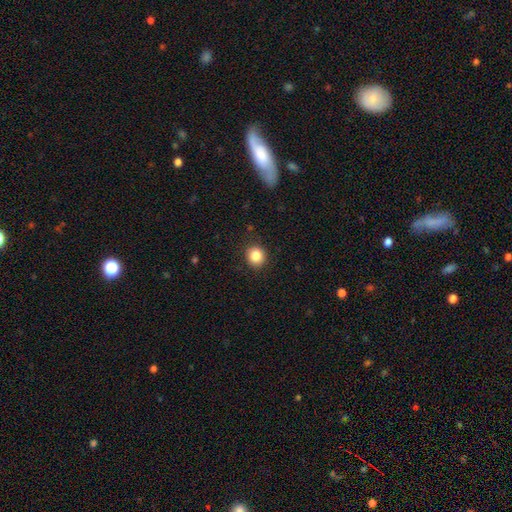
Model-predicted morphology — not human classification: smooth_or_featured: smooth (p=0.85) [alt: star or artifact p=0.10]
how_rounded: round (p=0.86) [alt: in between p=0.13]
merging: none (p=0.89) [alt: minor disturbance p=0.07]